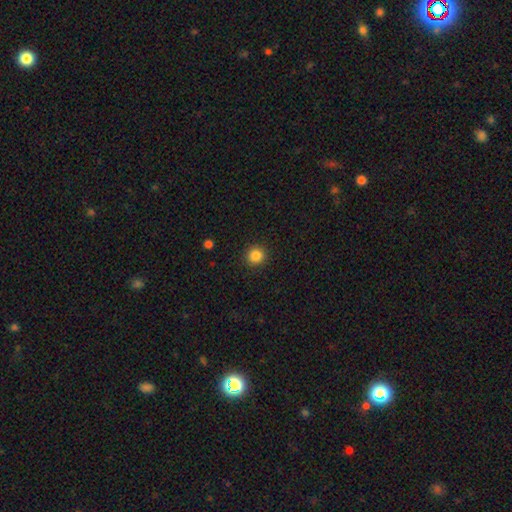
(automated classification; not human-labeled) Smooth or featured: smooth — 85% (star or artifact — 11%)
How rounded: round — 90% (in between — 10%)
Merging: none — 91% (minor disturbance — 6%)